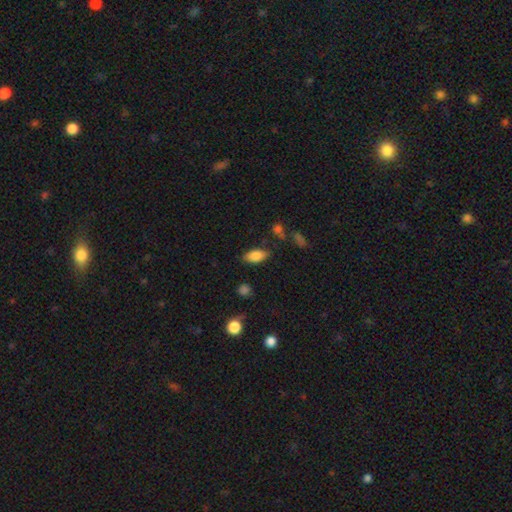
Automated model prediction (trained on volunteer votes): A smooth galaxy with no disk features (83%) that is in between round and cigar-shaped (90%).

Vote fractions:
- Smooth or featured? smooth: 83% / featured or disk: 9% / star or artifact: 8%
- How rounded? in between: 90% / cigar-shaped: 7% / round: 4%
- Merging? none: 78% / minor disturbance: 16% / major disturbance: 4% / merger: 3%